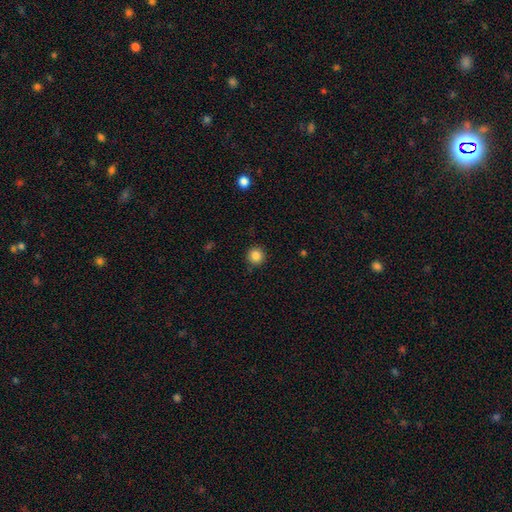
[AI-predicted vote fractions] Q: Smooth or featured?
A: smooth (85%); runner-up: star or artifact (11%)
Q: How rounded?
A: round (95%); runner-up: in between (4%)
Q: Merging?
A: none (91%); runner-up: minor disturbance (6%)